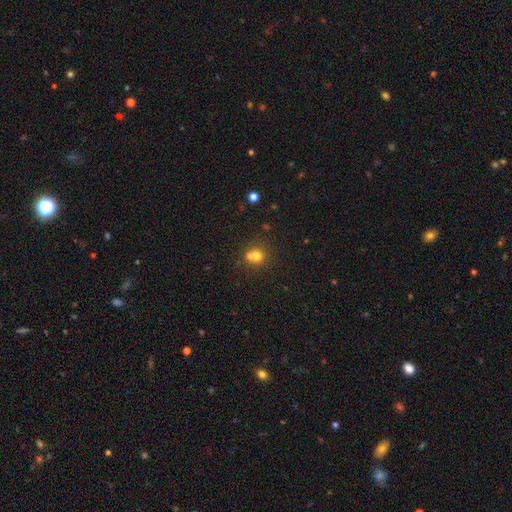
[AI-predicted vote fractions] Smooth or featured: smooth — 70% (star or artifact — 15%)
How rounded: round — 82% (in between — 17%)
Merging: merger — 47% (none — 42%)